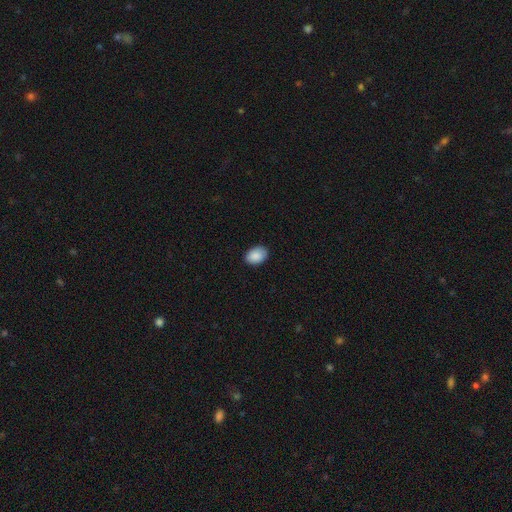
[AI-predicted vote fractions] A smooth galaxy with no disk features (90%) that is in between round and cigar-shaped (82%). Merging: none (87%).